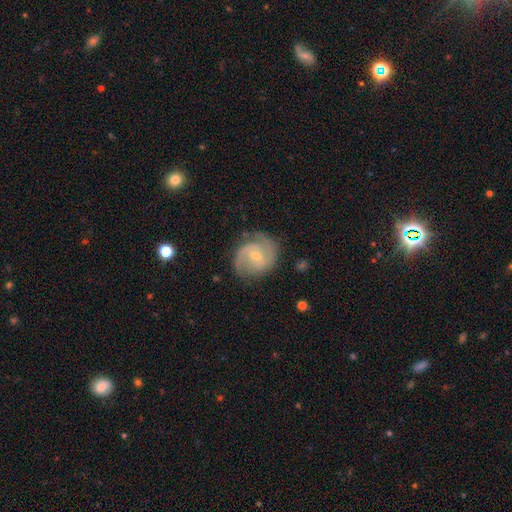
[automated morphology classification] Overall: featured or disk (83%). Edge-on disk: no (98%). Bar: weak (54%; no 33%). Spiral arms: yes (95%). Spiral arm count: 2 (77%). Spiral winding: medium (48%; tight 39%). Bulge size: small (52%; moderate 45%). Merging: none (75%).